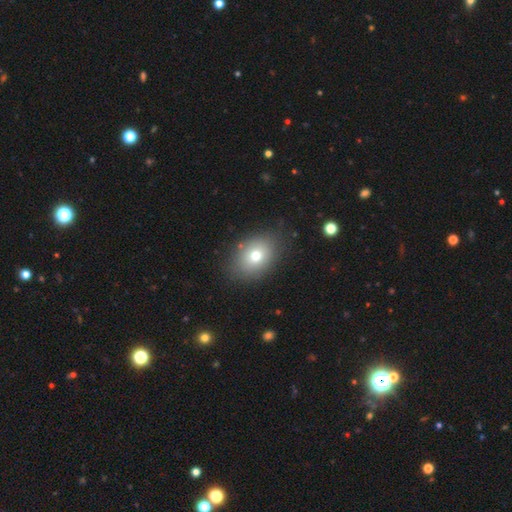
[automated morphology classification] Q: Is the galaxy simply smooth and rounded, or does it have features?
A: smooth — 74%.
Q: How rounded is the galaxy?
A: in between — 68%.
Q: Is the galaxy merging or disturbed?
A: none — 82%.